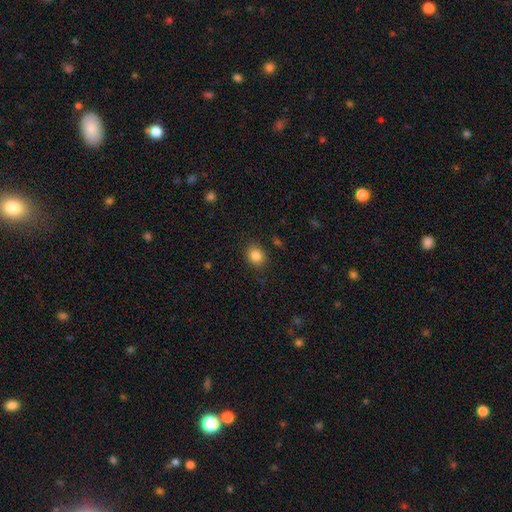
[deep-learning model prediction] Smooth or featured? smooth (84%)
How rounded? round (65%)
Merging? none (87%)